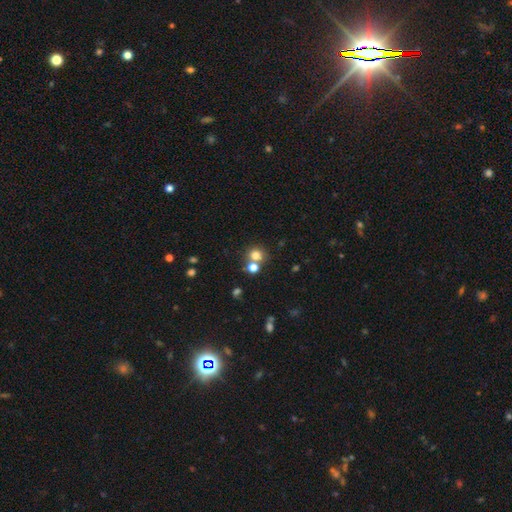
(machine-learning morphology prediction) Smooth or featured: smooth — 76% (star or artifact — 16%)
How rounded: round — 85% (in between — 14%)
Merging: none — 60% (merger — 29%)